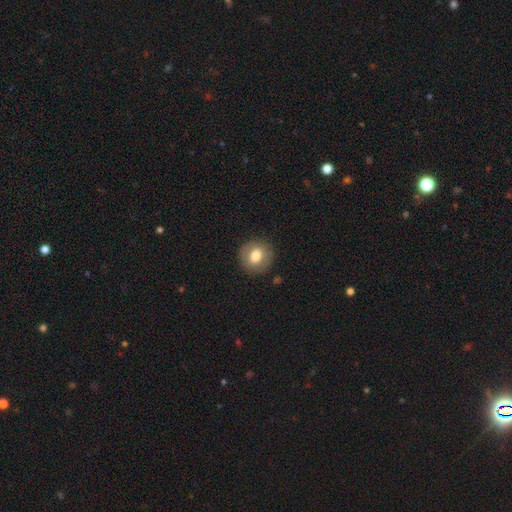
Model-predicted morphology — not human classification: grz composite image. It shows a smooth galaxy with no disk features (73%) that is round (82%). Merging: none (87%).